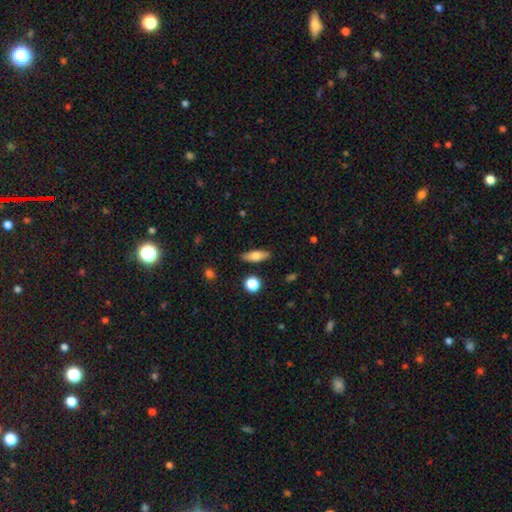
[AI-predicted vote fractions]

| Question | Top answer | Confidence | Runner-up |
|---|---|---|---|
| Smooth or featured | smooth | 71% | featured or disk (21%) |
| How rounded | in between | 60% | cigar-shaped (36%) |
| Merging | none | 85% | minor disturbance (10%) |